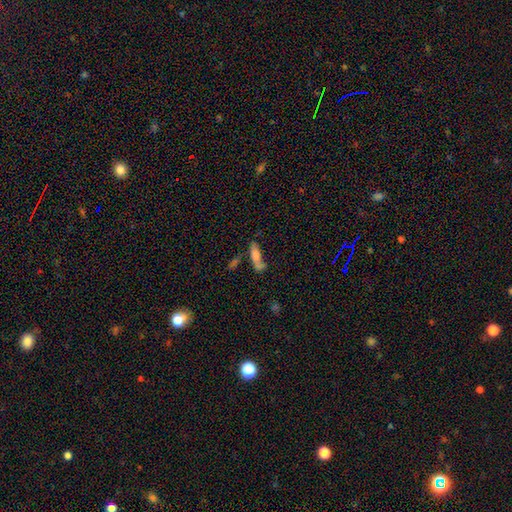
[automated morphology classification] Overall: smooth (56%; featured or disk 30%). How rounded: cigar-shaped (58%; in between 38%). Merging: none (43%; merger 24%).